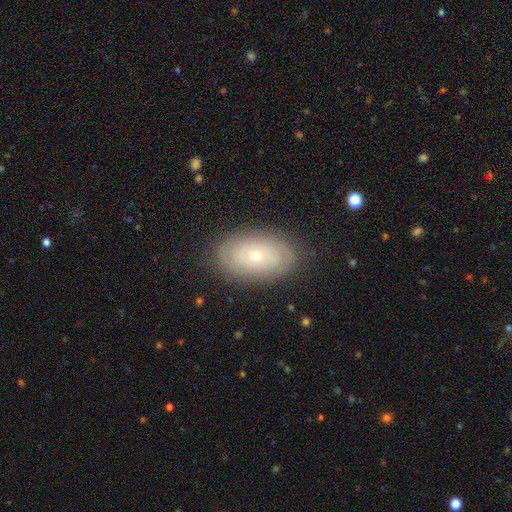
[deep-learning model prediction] A featured or disk galaxy (55%) with no bar (87%), spiral arms (59%) and a small central bulge (68%). Merging: none (84%).